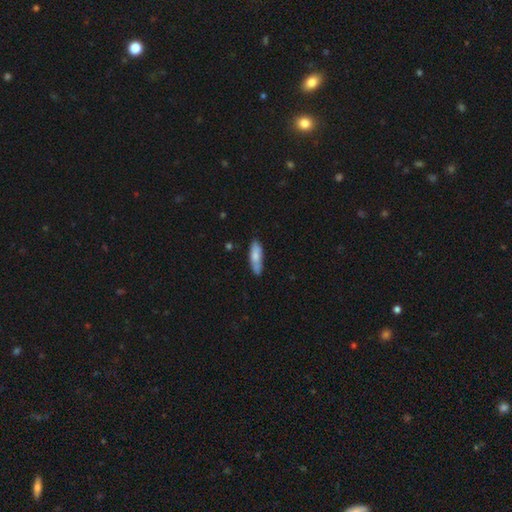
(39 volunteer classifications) Q: Smooth or featured?
A: smooth (82%); runner-up: featured or disk (10%)
Q: How rounded?
A: cigar-shaped (75%); runner-up: in between (25%)
Q: Merging?
A: none (83%); runner-up: minor disturbance (14%)